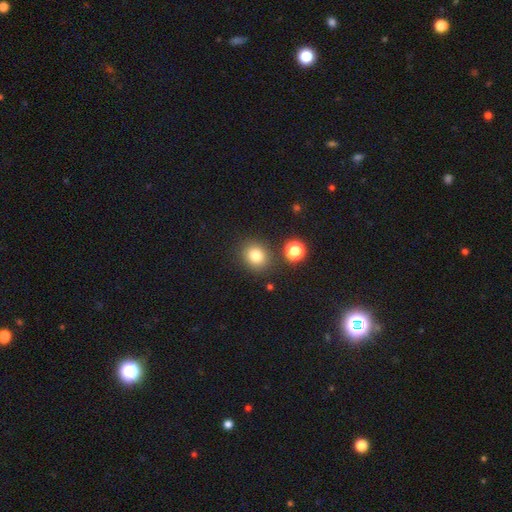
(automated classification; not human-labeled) Smooth or featured?
  - smooth: 80% *
  - star or artifact: 13%
  - featured or disk: 7%
How rounded?
  - round: 77% *
  - in between: 22%
  - cigar-shaped: 1%
Merging?
  - none: 83% *
  - minor disturbance: 8%
  - merger: 5%
  - major disturbance: 3%